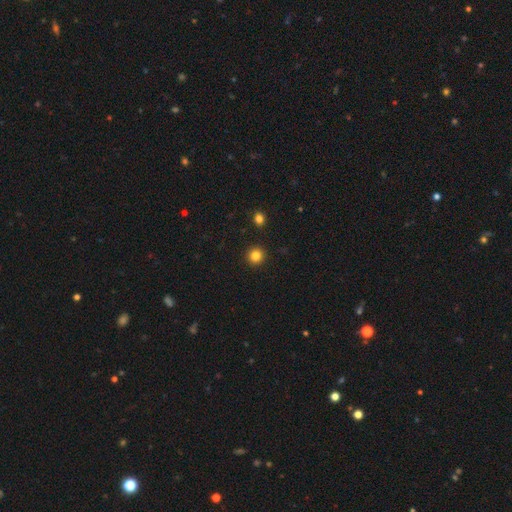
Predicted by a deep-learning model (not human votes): smooth-or-featured: smooth: 83% | star or artifact: 12% | featured or disk: 5%
  how-rounded: round: 94% | in between: 5% | cigar-shaped: 1%
  merging: none: 93% | minor disturbance: 4% | major disturbance: 1% | merger: 1%